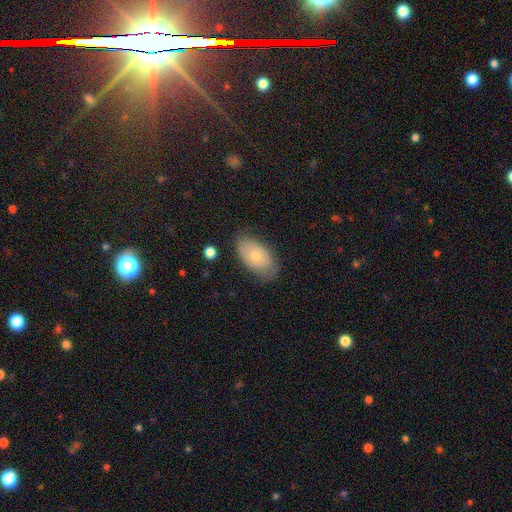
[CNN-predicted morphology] Smooth or featured: smooth — 68% (featured or disk — 25%)
How rounded: in between — 93% (round — 6%)
Merging: none — 74% (minor disturbance — 20%)